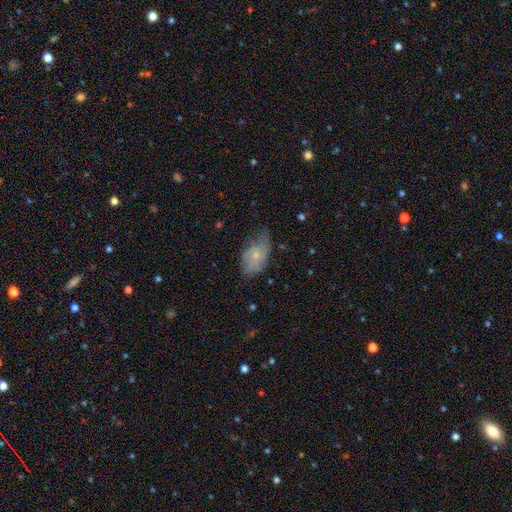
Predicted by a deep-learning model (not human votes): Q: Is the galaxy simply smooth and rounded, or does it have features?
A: smooth — 55%.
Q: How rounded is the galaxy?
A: in between — 90%.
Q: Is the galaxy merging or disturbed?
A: none — 42%.